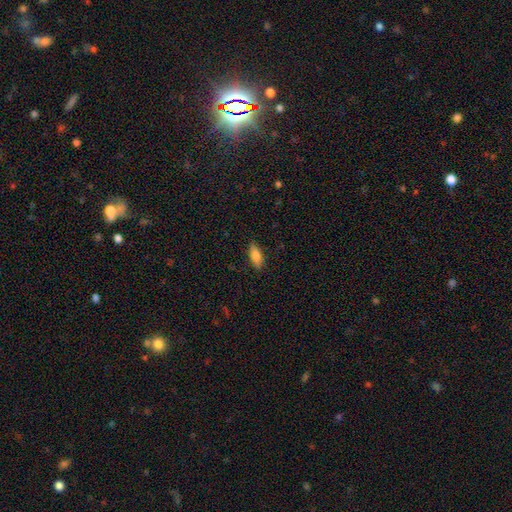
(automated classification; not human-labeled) Morphology: type=smooth (78%); roundness=in between (70%); merging=none (87%).